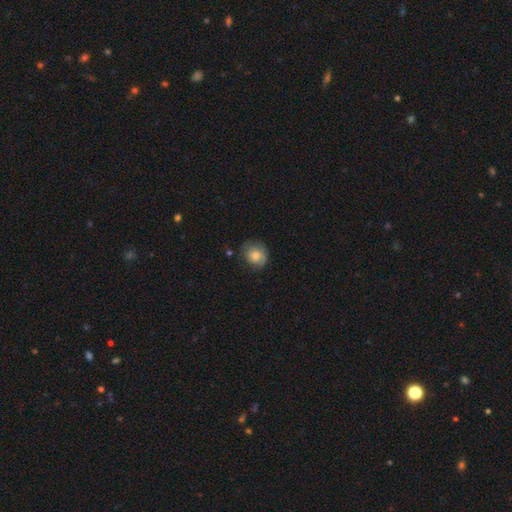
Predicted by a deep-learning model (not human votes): Smooth or featured: smooth — 74% (featured or disk — 17%)
How rounded: round — 74% (in between — 25%)
Merging: none — 66% (minor disturbance — 26%)